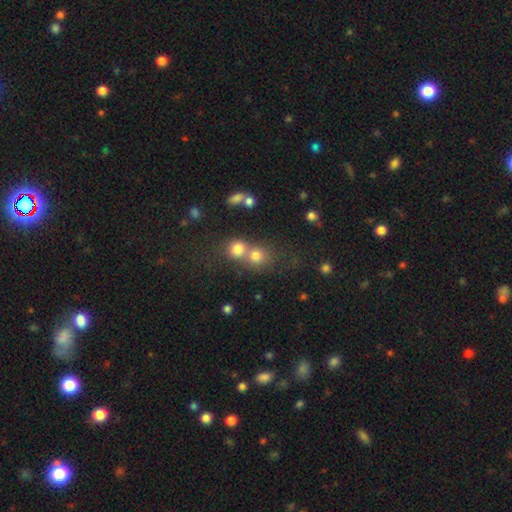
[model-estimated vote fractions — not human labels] A smooth galaxy with no disk features (75%) that is round (81%). Merging: merger (53%).